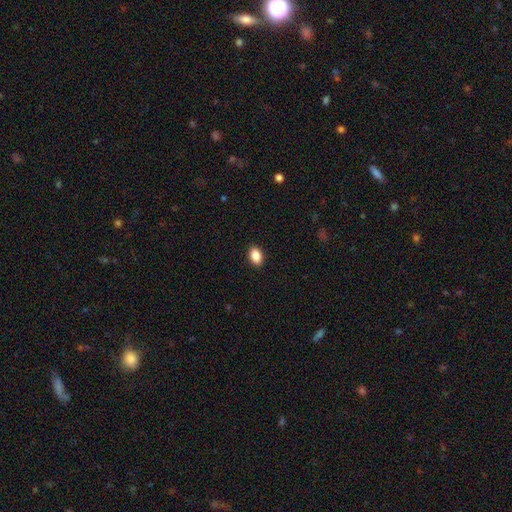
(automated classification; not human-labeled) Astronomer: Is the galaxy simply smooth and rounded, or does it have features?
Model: smooth — 88%.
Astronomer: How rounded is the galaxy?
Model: in between — 84%.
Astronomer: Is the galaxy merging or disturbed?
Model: none — 90%.